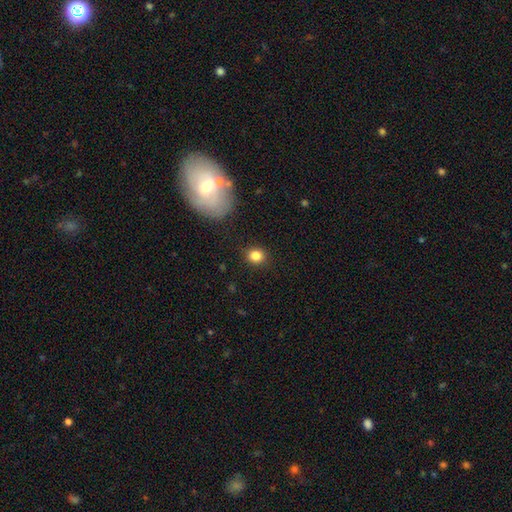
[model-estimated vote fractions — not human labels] smooth_or_featured: smooth (p=0.83) [alt: star or artifact p=0.11]
how_rounded: round (p=0.76) [alt: in between p=0.23]
merging: none (p=0.87) [alt: minor disturbance p=0.08]